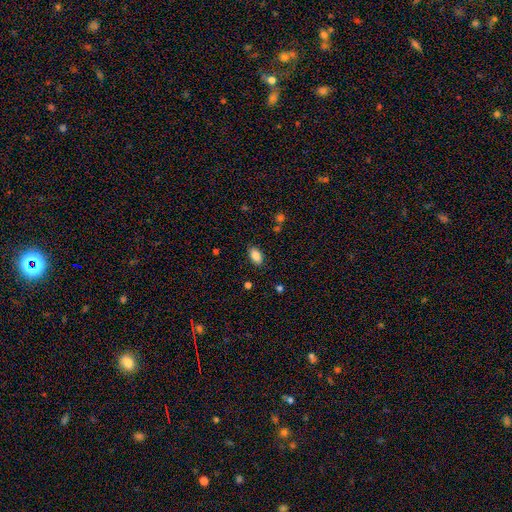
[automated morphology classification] Smooth or featured?
  - smooth: 86% *
  - star or artifact: 8%
  - featured or disk: 6%
How rounded?
  - in between: 92% *
  - round: 6%
  - cigar-shaped: 3%
Merging?
  - none: 85% *
  - minor disturbance: 11%
  - major disturbance: 3%
  - merger: 1%